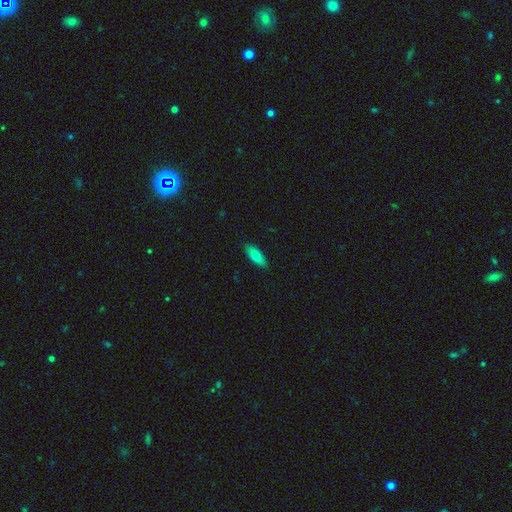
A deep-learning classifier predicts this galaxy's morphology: Overall: smooth (83%). How rounded: in between (70%). Merging: none (87%).